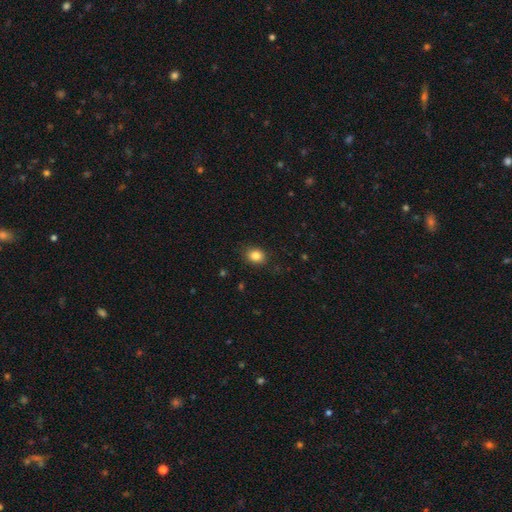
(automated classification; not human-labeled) smooth 85%, star or artifact 10%, featured or disk 5%. Down the decision tree: how rounded — round (54%); merging — none (86%).